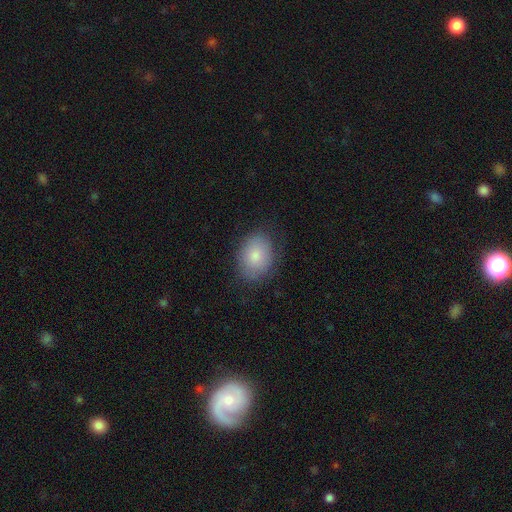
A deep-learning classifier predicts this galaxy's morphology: The model was most divided on "how rounded": in between: 62%, round: 37%, cigar-shaped: 1%. More confident: smooth or featured — smooth (81%); merging — none (78%).